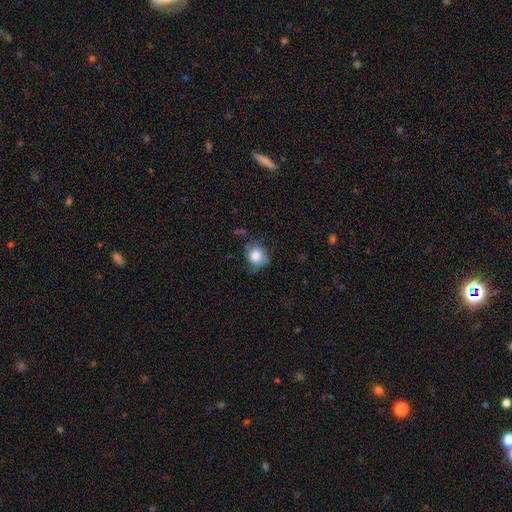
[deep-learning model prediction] Smooth or featured?
  - smooth: 76% *
  - featured or disk: 16%
  - star or artifact: 8%
How rounded?
  - round: 77% *
  - in between: 22%
  - cigar-shaped: 1%
Merging?
  - none: 57% *
  - minor disturbance: 30%
  - major disturbance: 11%
  - merger: 2%